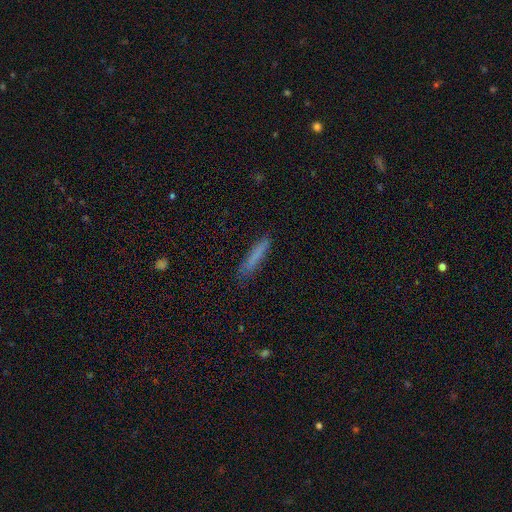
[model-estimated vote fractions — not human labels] A smooth galaxy with no disk features (78%) that is cigar-shaped (91%). Merging: none (82%).